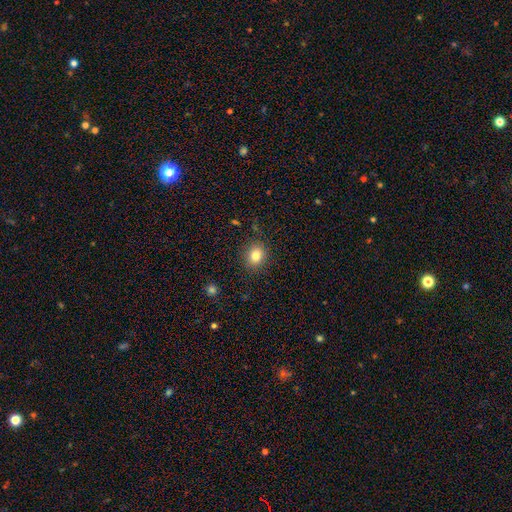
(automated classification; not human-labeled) smooth_or_featured: smooth (p=0.82) [alt: star or artifact p=0.11]
how_rounded: round (p=0.67) [alt: in between p=0.32]
merging: none (p=0.88) [alt: minor disturbance p=0.08]